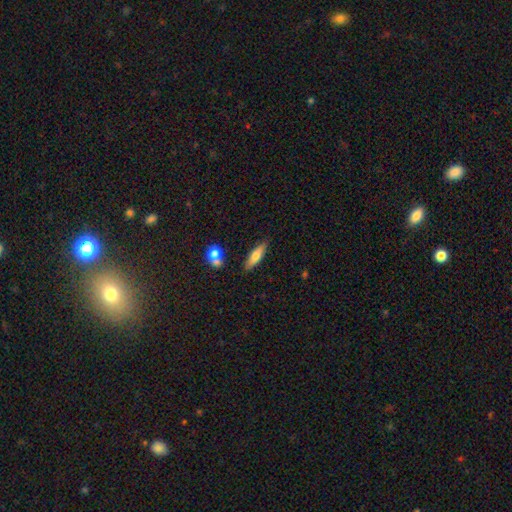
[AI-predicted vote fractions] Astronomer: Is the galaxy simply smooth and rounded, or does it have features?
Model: smooth — 66%.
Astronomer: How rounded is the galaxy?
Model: cigar-shaped — 60% (runner-up: in between, 38%).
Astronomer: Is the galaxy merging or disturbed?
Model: none — 80%.